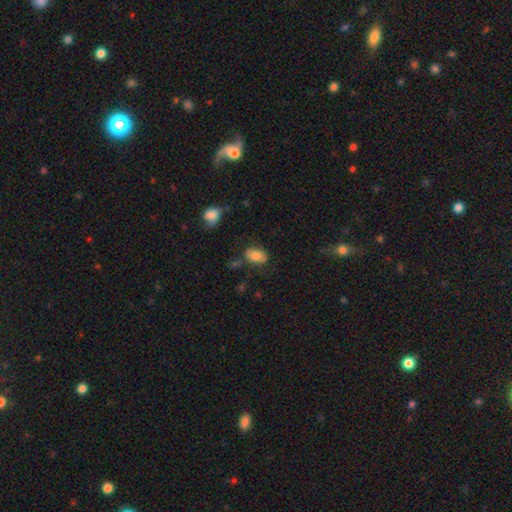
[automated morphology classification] Smooth or featured? Predicted: smooth (p=0.81). How rounded? Predicted: in between (p=0.88). Merging? Predicted: none (p=0.66).